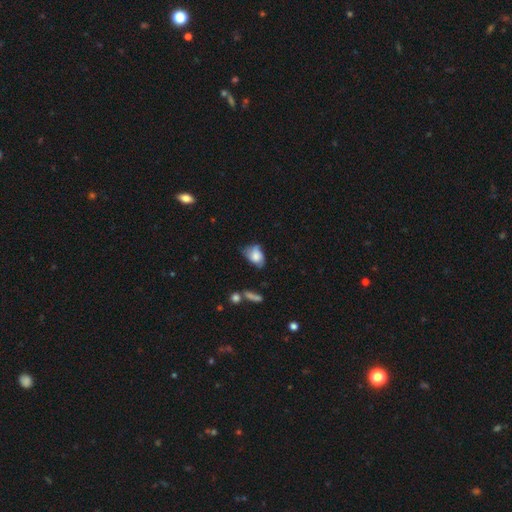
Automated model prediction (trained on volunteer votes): This is likely a smooth galaxy (66%). How rounded: clearly in between (81%). Merging: marginally none (38%, tied with minor disturbance).